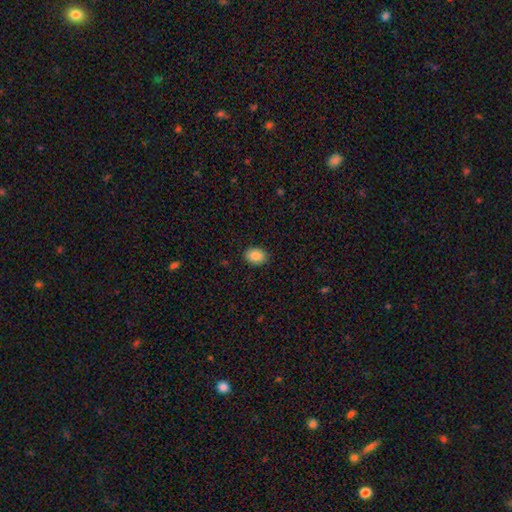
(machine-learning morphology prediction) type=smooth (88%); roundness=in between (73%); merging=none (89%).